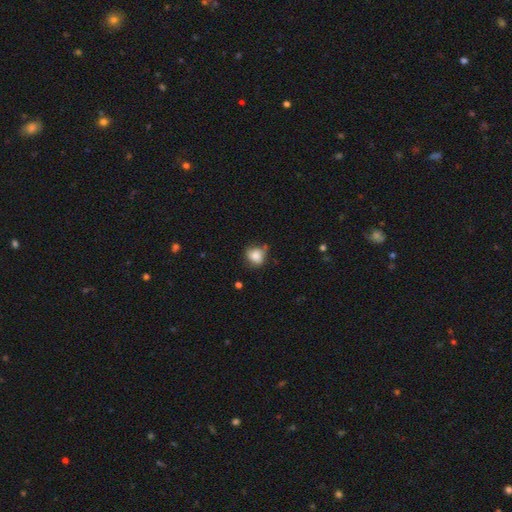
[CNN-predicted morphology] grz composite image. It shows a smooth galaxy with no disk features (82%) that is round (62%). Merging: none (56%).